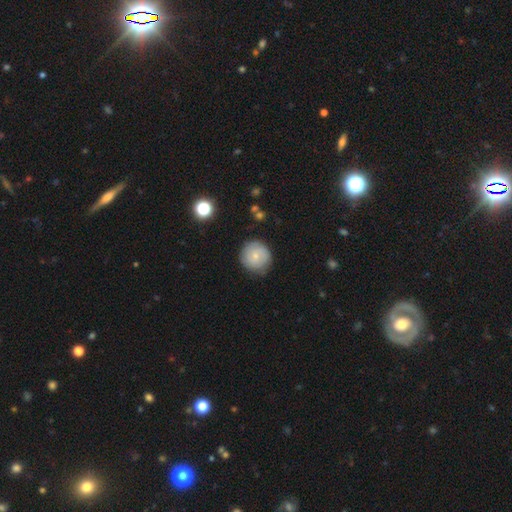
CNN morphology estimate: smooth-or-featured: smooth: 54% | featured or disk: 39% | star or artifact: 7%
  how-rounded: round: 92% | in between: 7% | cigar-shaped: 1%
  merging: none: 80% | minor disturbance: 15% | major disturbance: 4% | merger: 1%